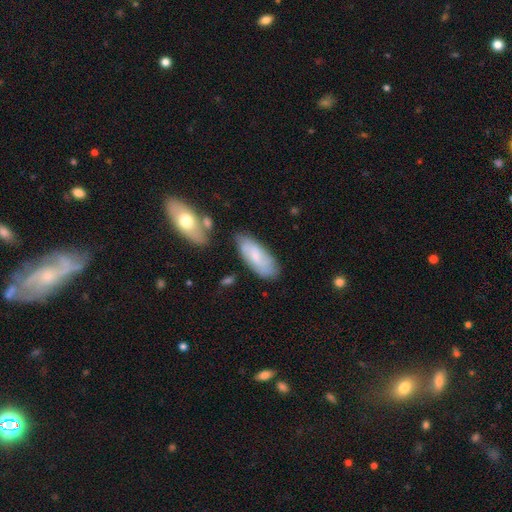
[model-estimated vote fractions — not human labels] Smooth or featured? Predicted: smooth (p=0.53). How rounded? Predicted: in between (p=0.81). Merging? Predicted: none (p=0.71).